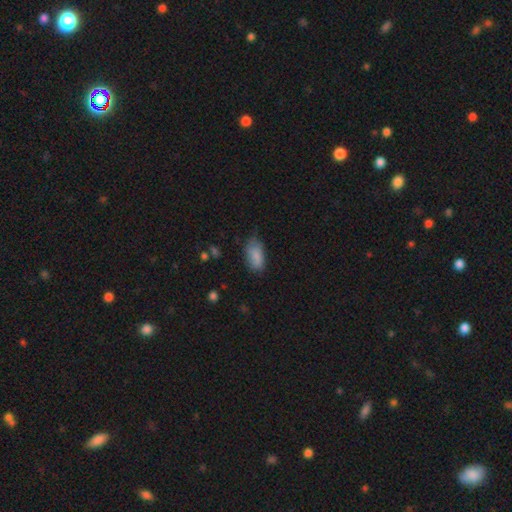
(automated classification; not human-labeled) smooth-or-featured: smooth: 85% | featured or disk: 8% | star or artifact: 7%
  how-rounded: in between: 91% | cigar-shaped: 5% | round: 3%
  merging: none: 63% | minor disturbance: 28% | major disturbance: 7% | merger: 2%